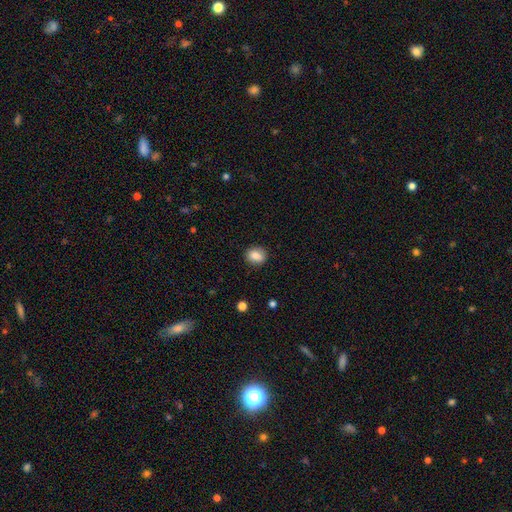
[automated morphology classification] Smooth or featured? Predicted: smooth (p=0.85). How rounded? Predicted: round (p=0.58). Merging? Predicted: none (p=0.87).